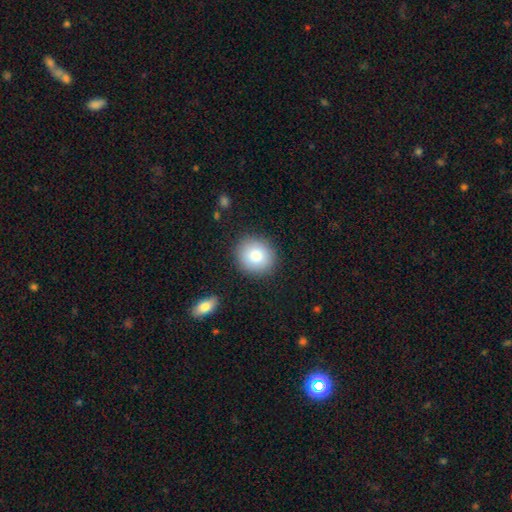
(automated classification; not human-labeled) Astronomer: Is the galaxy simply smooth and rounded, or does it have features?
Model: smooth — 82%.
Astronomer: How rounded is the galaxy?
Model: round — 79%.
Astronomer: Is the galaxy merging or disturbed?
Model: none — 88%.